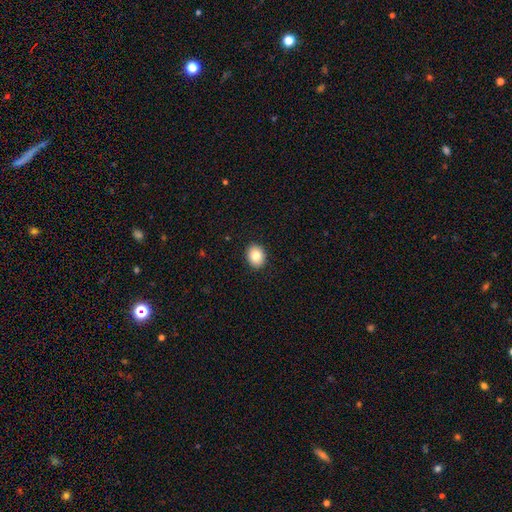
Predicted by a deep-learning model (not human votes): Smooth or featured? Predicted: smooth (p=0.83). How rounded? Predicted: round (p=0.51). Merging? Predicted: none (p=0.91).